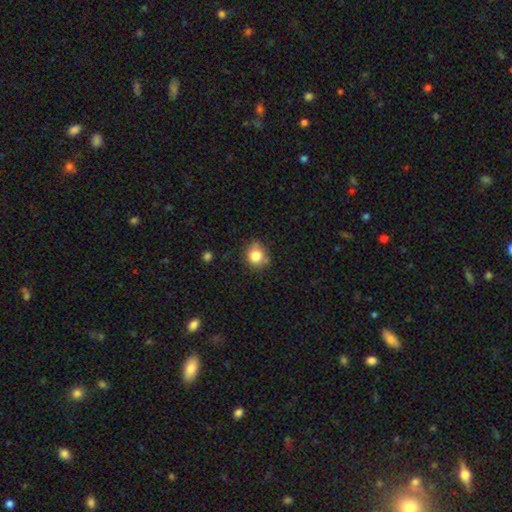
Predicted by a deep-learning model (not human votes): This appears to be a smooth galaxy with no disk features (81%) that is round (81%). Merging: none (72%).